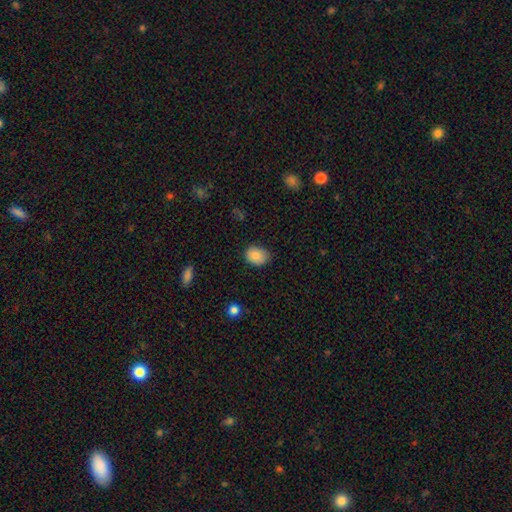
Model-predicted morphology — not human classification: The model was most divided on "how rounded": in between: 60%, round: 39%, cigar-shaped: 1%. More confident: smooth or featured — smooth (86%); merging — none (74%).